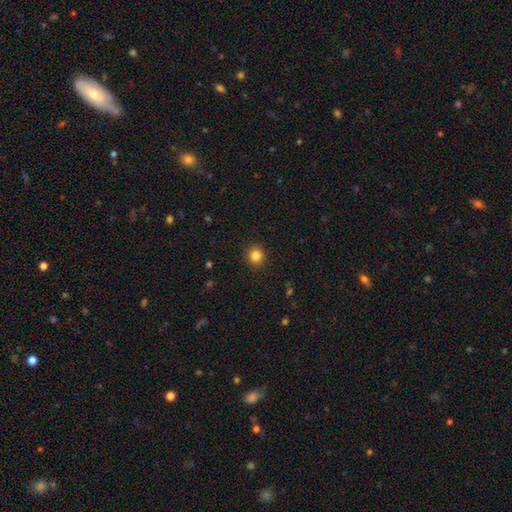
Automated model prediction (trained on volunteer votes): Smooth or featured: smooth — 84% (star or artifact — 12%)
How rounded: round — 91% (in between — 8%)
Merging: none — 91% (minor disturbance — 6%)